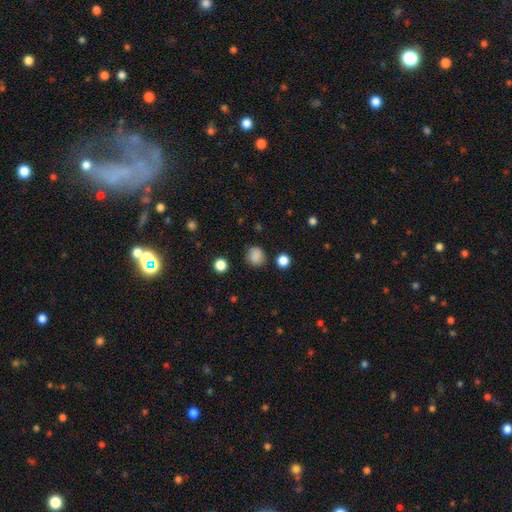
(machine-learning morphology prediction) A smooth galaxy with no disk features (83%) that is round (74%).

Vote fractions:
- Smooth or featured? smooth: 83% / star or artifact: 12% / featured or disk: 5%
- How rounded? round: 74% / in between: 25% / cigar-shaped: 1%
- Merging? none: 77% / minor disturbance: 15% / major disturbance: 5% / merger: 3%